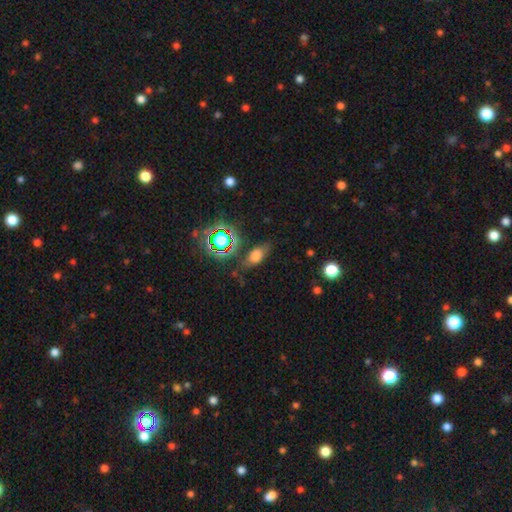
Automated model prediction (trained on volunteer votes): Overall: smooth (62%). How rounded: in between (75%). Merging: none (70%).